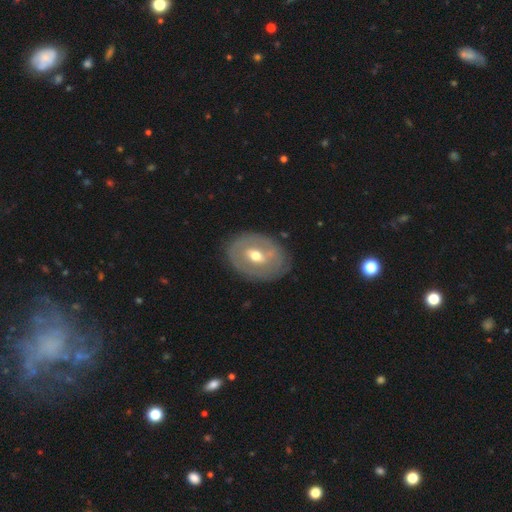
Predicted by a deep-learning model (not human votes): smooth_or_featured: featured or disk (p=0.63) [alt: smooth p=0.32]
disk_edge_on: no (p=0.93) [alt: yes p=0.07]
bar: weak (p=0.42) [alt: no p=0.36]
has_spiral_arms: no (p=0.67) [alt: yes p=0.33]
bulge_size: moderate (p=0.72) [alt: small p=0.20]
merging: none (p=0.78) [alt: minor disturbance p=0.15]